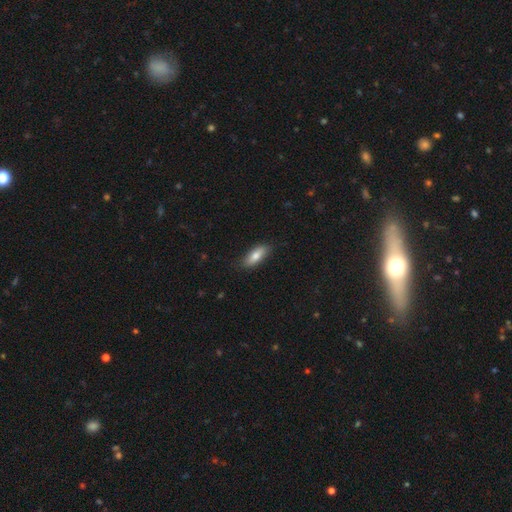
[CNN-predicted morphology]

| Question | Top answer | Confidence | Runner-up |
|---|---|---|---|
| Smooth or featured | smooth | 78% | featured or disk (16%) |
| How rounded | in between | 73% | cigar-shaped (25%) |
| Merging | none | 83% | minor disturbance (13%) |